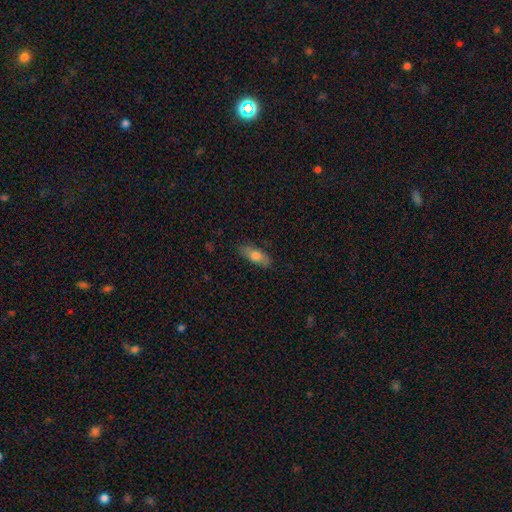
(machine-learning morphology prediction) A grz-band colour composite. It shows a smooth galaxy with no disk features (72%) that is in between round and cigar-shaped (73%). Merging: none (83%).